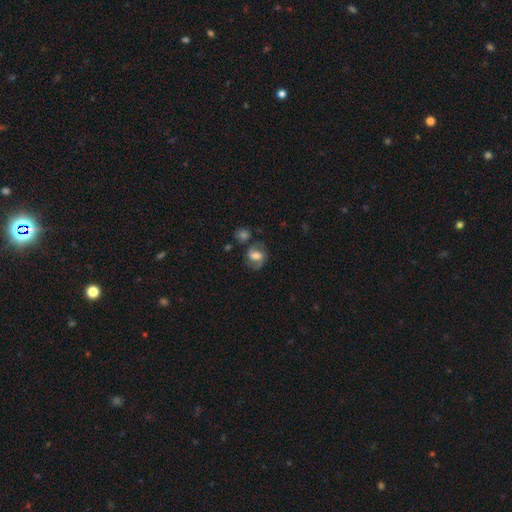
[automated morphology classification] This appears to be a featured or disk galaxy (48%). Merging: none (64%).